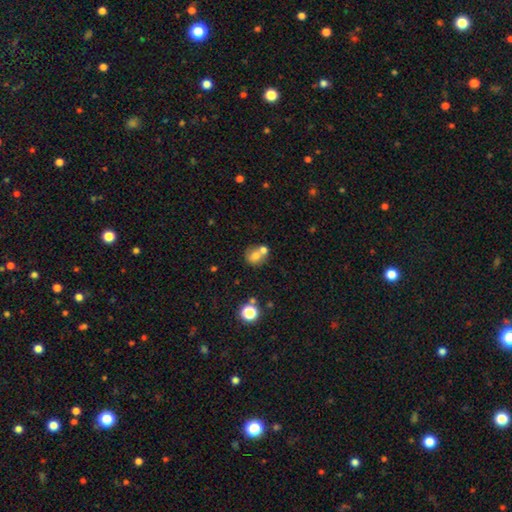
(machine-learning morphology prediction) Smooth or featured?
  - smooth: 69% *
  - featured or disk: 18%
  - star or artifact: 13%
How rounded?
  - round: 70% *
  - in between: 29%
  - cigar-shaped: 1%
Merging?
  - merger: 49% *
  - none: 39%
  - minor disturbance: 9%
  - major disturbance: 4%